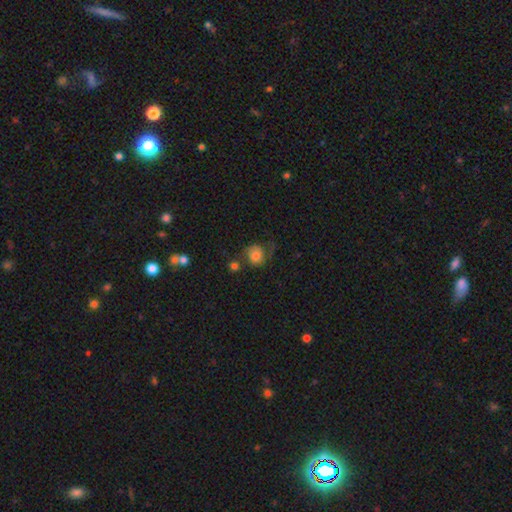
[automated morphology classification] The model was most divided on "merging": none: 47%, minor disturbance: 24%, major disturbance: 19%, merger: 10%. More confident: how rounded — round (80%); smooth or featured — smooth (71%).